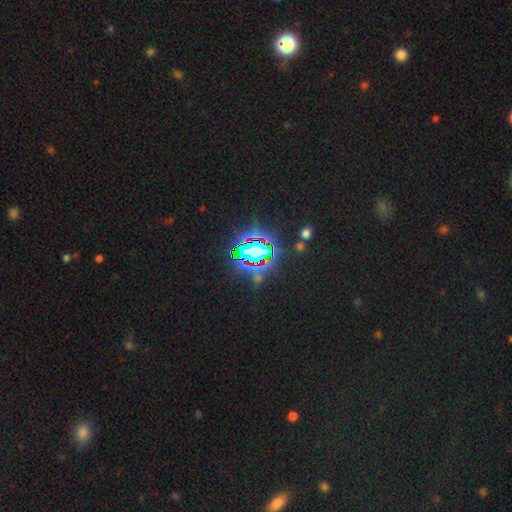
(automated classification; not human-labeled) Q: Smooth or featured?
A: star or artifact (81%); runner-up: smooth (12%)